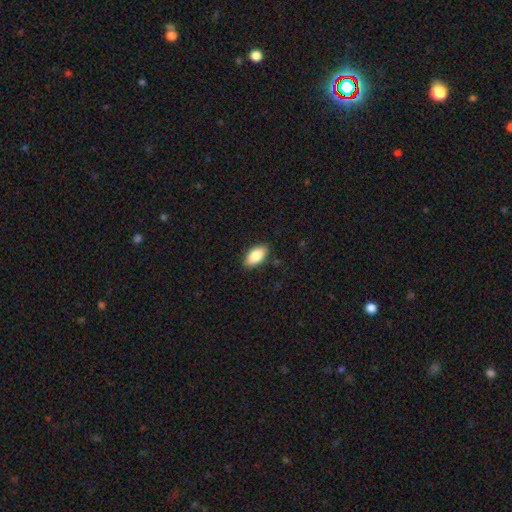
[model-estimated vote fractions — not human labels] Smooth or featured? Predicted: smooth (p=0.83). How rounded? Predicted: in between (p=0.91). Merging? Predicted: none (p=0.86).